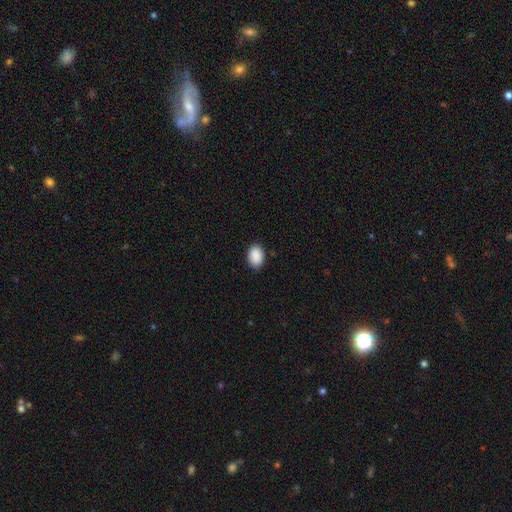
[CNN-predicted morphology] smooth-or-featured: smooth: 91% | star or artifact: 7% | featured or disk: 3%
  how-rounded: in between: 82% | round: 17% | cigar-shaped: 1%
  merging: none: 87% | minor disturbance: 10% | major disturbance: 2% | merger: 1%